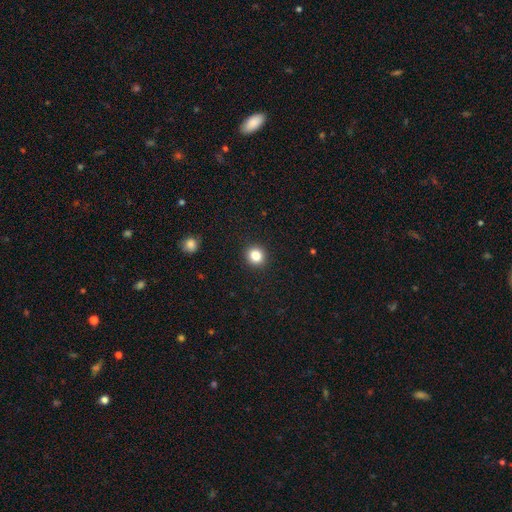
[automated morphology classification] Smooth or featured? Predicted: smooth (p=0.84). How rounded? Predicted: round (p=0.86). Merging? Predicted: none (p=0.92).